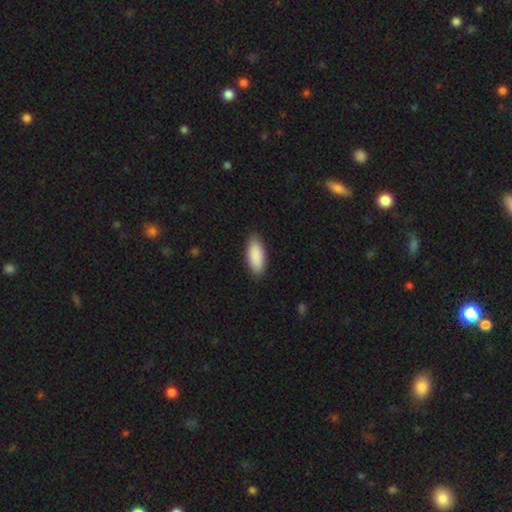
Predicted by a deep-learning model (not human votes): smooth-or-featured: smooth: 91% | star or artifact: 5% | featured or disk: 4%
  how-rounded: in between: 85% | cigar-shaped: 13% | round: 2%
  merging: none: 87% | minor disturbance: 10% | major disturbance: 2% | merger: 1%